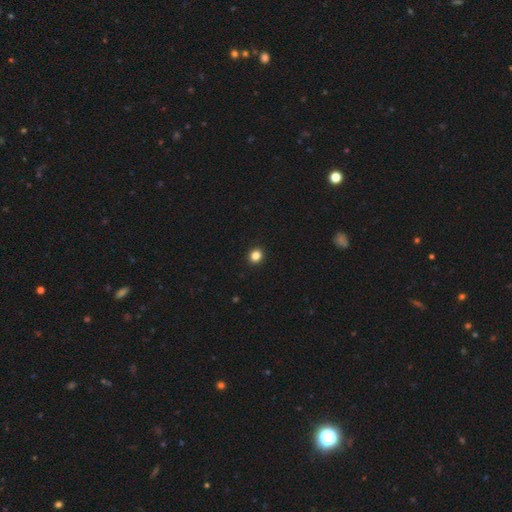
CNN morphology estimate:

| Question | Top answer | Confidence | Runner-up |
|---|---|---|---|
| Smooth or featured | smooth | 84% | star or artifact (12%) |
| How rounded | round | 87% | in between (12%) |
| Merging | none | 94% | minor disturbance (4%) |